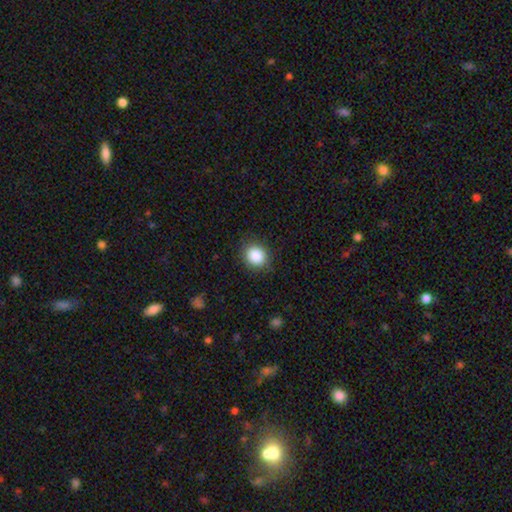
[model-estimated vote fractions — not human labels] This appears to be a smooth galaxy with no disk features (88%) that is round (80%). Merging: none (87%).